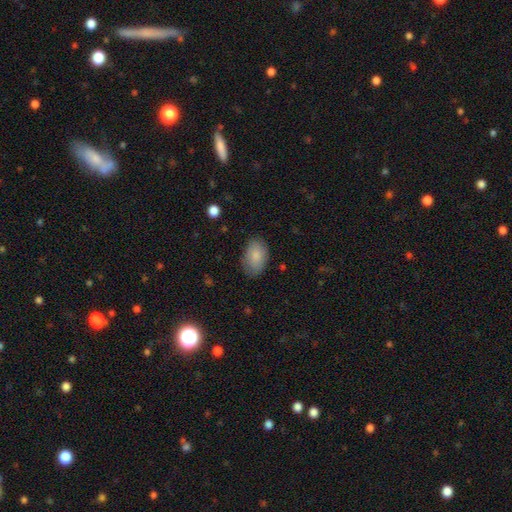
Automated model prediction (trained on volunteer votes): Overall: smooth (86%). How rounded: in between (89%). Merging: none (79%).